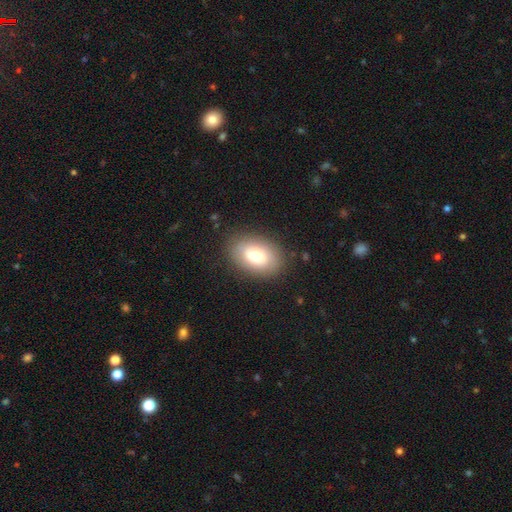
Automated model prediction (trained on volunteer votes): Smooth or featured? Predicted: smooth (p=0.76). How rounded? Predicted: in between (p=0.89). Merging? Predicted: none (p=0.85).